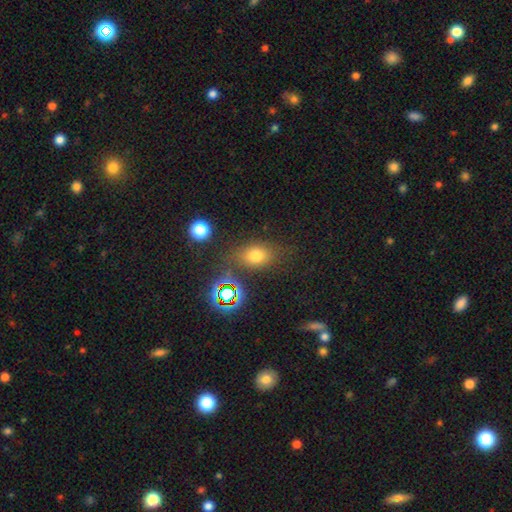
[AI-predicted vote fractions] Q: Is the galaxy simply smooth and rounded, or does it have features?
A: smooth — 66%.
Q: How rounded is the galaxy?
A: in between — 68%.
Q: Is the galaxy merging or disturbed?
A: none — 72%.